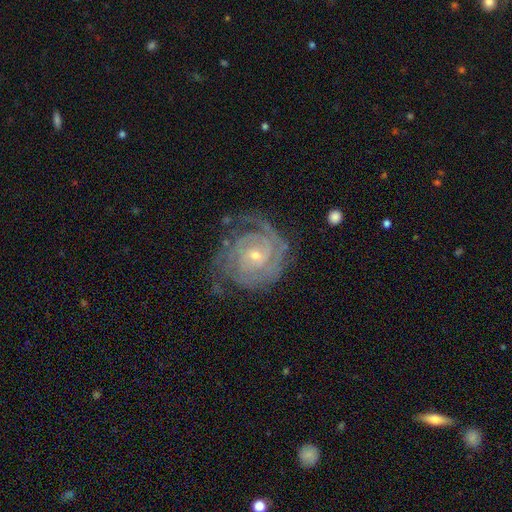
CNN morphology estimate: smooth_or_featured: featured or disk (p=0.88) [alt: smooth p=0.06]
disk_edge_on: no (p=0.97) [alt: yes p=0.03]
bar: no (p=0.62) [alt: weak p=0.30]
has_spiral_arms: yes (p=0.97) [alt: no p=0.03]
spiral_winding: tight (p=0.79) [alt: medium p=0.18]
spiral_arm_count: 2 (p=0.32) [alt: can't tell p=0.26]
bulge_size: small (p=0.69) [alt: moderate p=0.28]
merging: none (p=0.67) [alt: minor disturbance p=0.21]